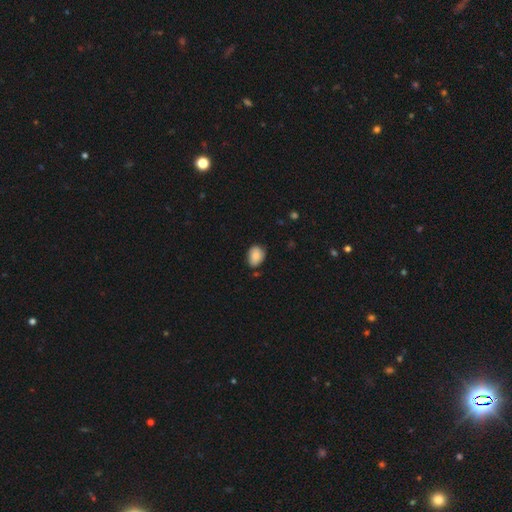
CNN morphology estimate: Smooth or featured? Predicted: smooth (p=0.84). How rounded? Predicted: in between (p=0.71). Merging? Predicted: none (p=0.70).